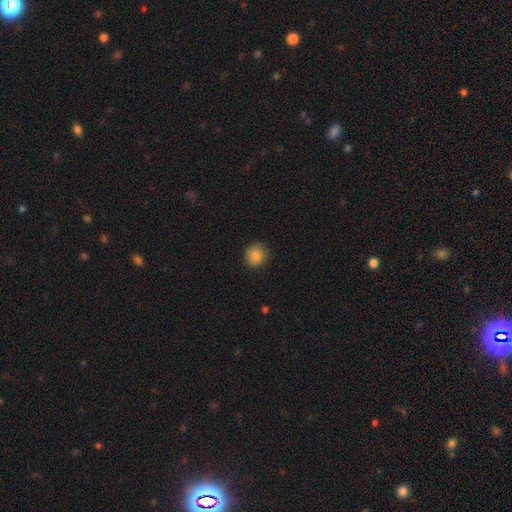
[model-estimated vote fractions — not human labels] Q: Smooth or featured?
A: smooth (85%); runner-up: star or artifact (9%)
Q: How rounded?
A: round (84%); runner-up: in between (15%)
Q: Merging?
A: none (88%); runner-up: minor disturbance (9%)